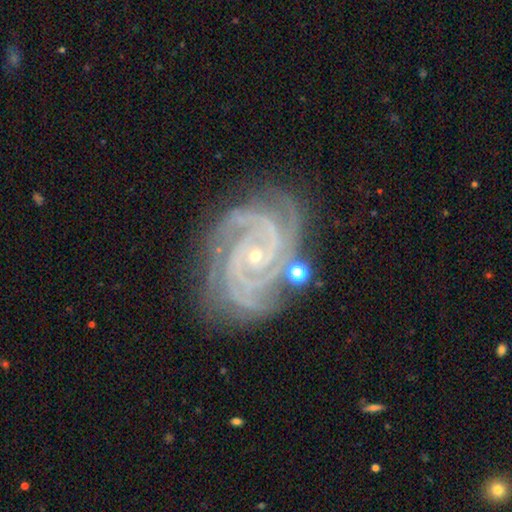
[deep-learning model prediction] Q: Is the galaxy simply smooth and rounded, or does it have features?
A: featured or disk — 92%.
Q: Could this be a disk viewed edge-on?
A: no — 98%.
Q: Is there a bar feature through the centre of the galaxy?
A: no — 65%.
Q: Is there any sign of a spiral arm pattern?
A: yes — 99%.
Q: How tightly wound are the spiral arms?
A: tight — 75%.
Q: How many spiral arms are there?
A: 3 — 34%.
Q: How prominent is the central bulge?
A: small — 82%.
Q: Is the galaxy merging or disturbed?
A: none — 76%.